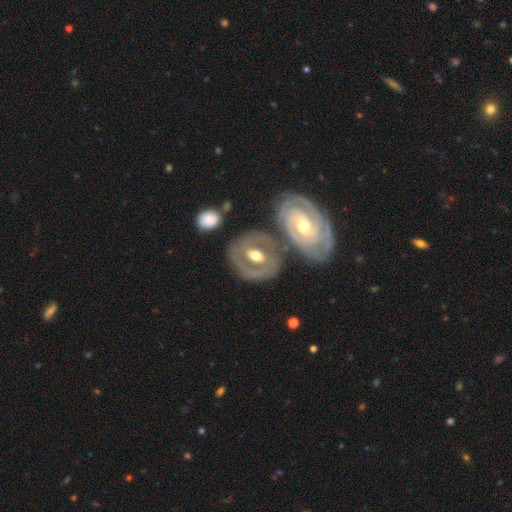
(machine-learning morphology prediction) smooth_or_featured: featured or disk (p=0.74) [alt: smooth p=0.21]
disk_edge_on: no (p=0.95) [alt: yes p=0.05]
bar: weak (p=0.37) [alt: strong p=0.32]
has_spiral_arms: yes (p=0.70) [alt: no p=0.30]
bulge_size: moderate (p=0.74) [alt: small p=0.14]
merging: none (p=0.63) [alt: merger p=0.18]